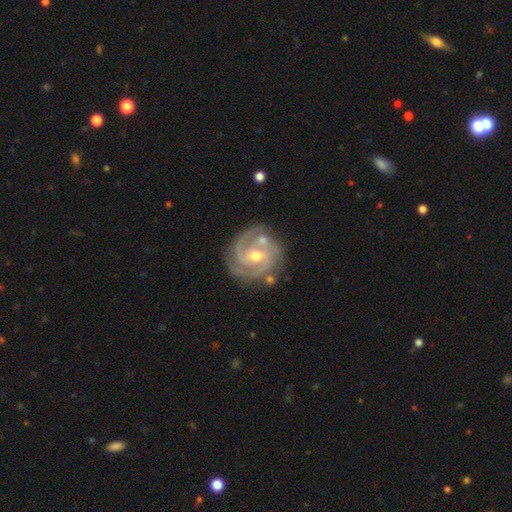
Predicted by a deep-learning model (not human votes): featured or disk 90%, smooth 5%, star or artifact 5%. Down the decision tree: edge-on disk — no (98%); bar — weak (42%, tied with no); spiral arms — yes (98%); spiral arm count — 3 (50%); spiral winding — tight (63%); bulge size — moderate (59%); merging — none (74%).